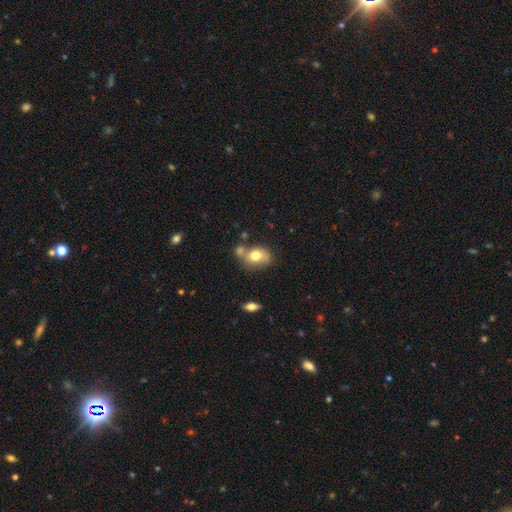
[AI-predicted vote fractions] Smooth or featured? smooth (73%)
How rounded? in between (66%)
Merging? none (44%)